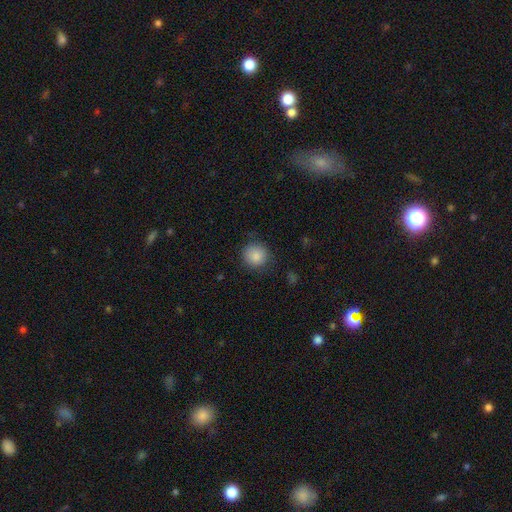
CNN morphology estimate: Q: Smooth or featured?
A: smooth (87%); runner-up: star or artifact (9%)
Q: How rounded?
A: round (92%); runner-up: in between (7%)
Q: Merging?
A: none (83%); runner-up: minor disturbance (12%)